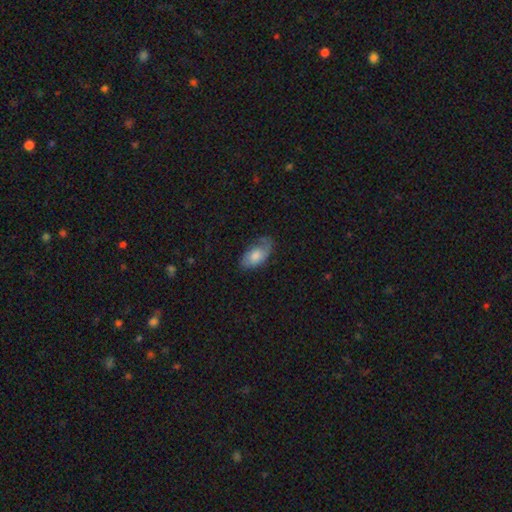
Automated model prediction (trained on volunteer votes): Morphology: type=smooth (59%); roundness=in between (92%); merging=none (57%).